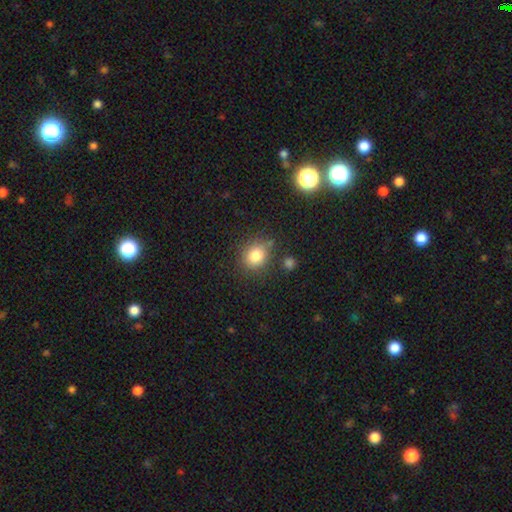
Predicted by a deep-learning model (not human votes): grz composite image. It shows a smooth galaxy with no disk features (82%) that is round (71%). Merging: none (75%).